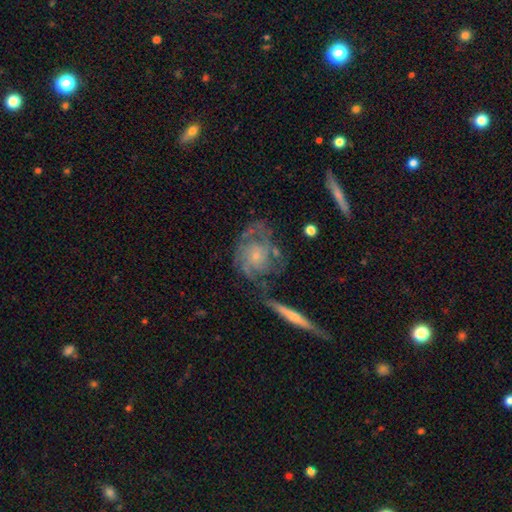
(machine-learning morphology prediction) Smooth or featured?
  - featured or disk: 75% *
  - smooth: 18%
  - star or artifact: 7%
Edge-on disk?
  - no: 96% *
  - yes: 4%
Bar?
  - no: 77% *
  - weak: 19%
  - strong: 3%
Spiral arms?
  - yes: 83% *
  - no: 17%
Spiral winding?
  - tight: 50% *
  - medium: 36%
  - loose: 14%
Spiral arm count?
  - can't tell: 41% *
  - 2: 19%
  - 3: 18%
  - 4: 10%
  - 1: 6%
  - more than 4: 5%
Bulge size?
  - small: 68% *
  - moderate: 21%
  - none: 7%
  - large: 2%
  - dominant: 1%
Merging?
  - none: 48% *
  - minor disturbance: 21%
  - major disturbance: 21%
  - merger: 10%